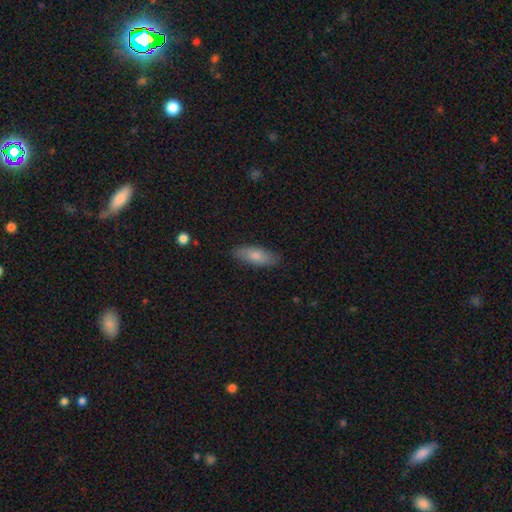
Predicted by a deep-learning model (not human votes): A smooth galaxy with no disk features (77%) that is in between round and cigar-shaped (70%). Merging: none (85%).